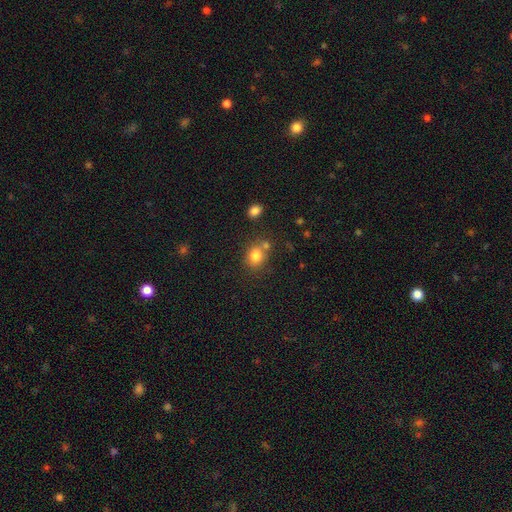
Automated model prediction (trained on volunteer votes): Smooth or featured: smooth — 81% (star or artifact — 12%)
How rounded: round — 64% (in between — 35%)
Merging: none — 60% (merger — 24%)